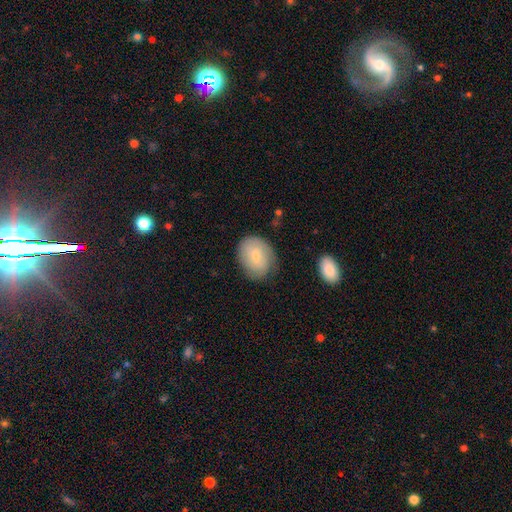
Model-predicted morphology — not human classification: smooth-or-featured: smooth: 65% | featured or disk: 28% | star or artifact: 7%
  how-rounded: in between: 59% | round: 40% | cigar-shaped: 1%
  merging: none: 73% | minor disturbance: 20% | major disturbance: 5% | merger: 2%